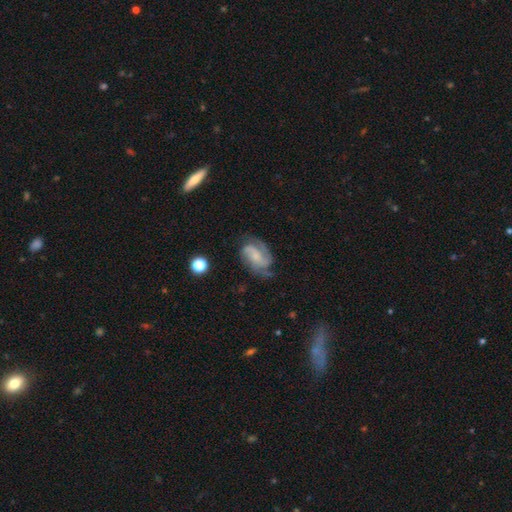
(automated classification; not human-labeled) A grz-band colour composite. It shows a featured or disk galaxy (78%) with no bar (51%), 2 (41%) medium (49%) spiral arms (95%) and a small central bulge (48%). Merging: none (63%).